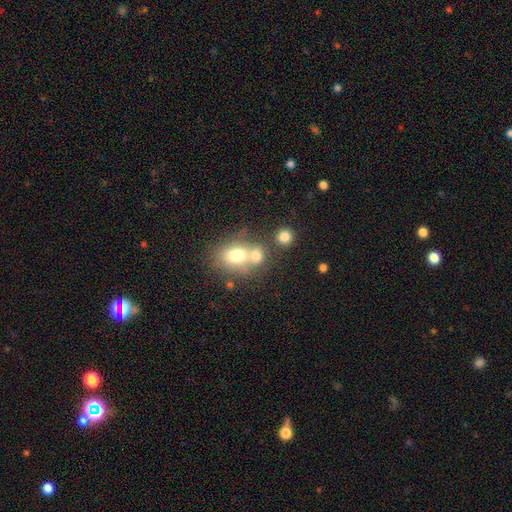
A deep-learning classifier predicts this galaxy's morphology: Smooth or featured: smooth — 73% (featured or disk — 15%)
How rounded: round — 51% (in between — 47%)
Merging: merger — 50% (none — 37%)